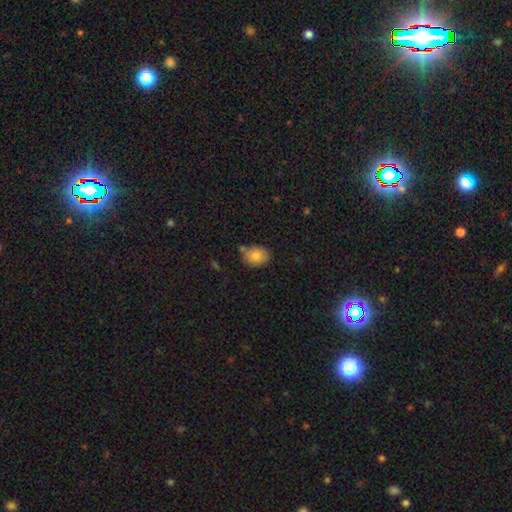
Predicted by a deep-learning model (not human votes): Smooth or featured: smooth — 83% (featured or disk — 9%)
How rounded: in between — 66% (round — 33%)
Merging: none — 69% (minor disturbance — 19%)